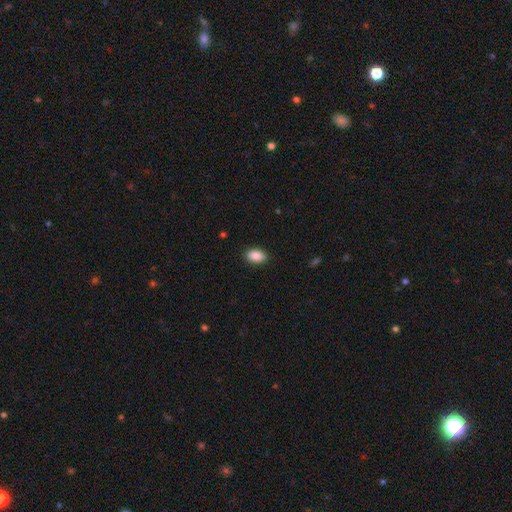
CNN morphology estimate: Smooth or featured? smooth (90%)
How rounded? in between (92%)
Merging? none (89%)